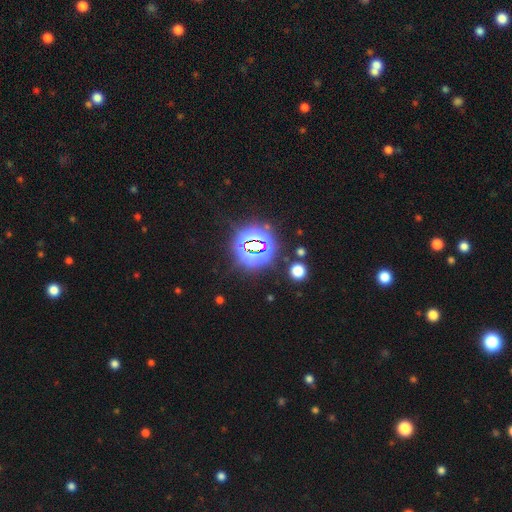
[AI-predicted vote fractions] The model was most divided on "smooth or featured": star or artifact: 78%, smooth: 15%, featured or disk: 6%.